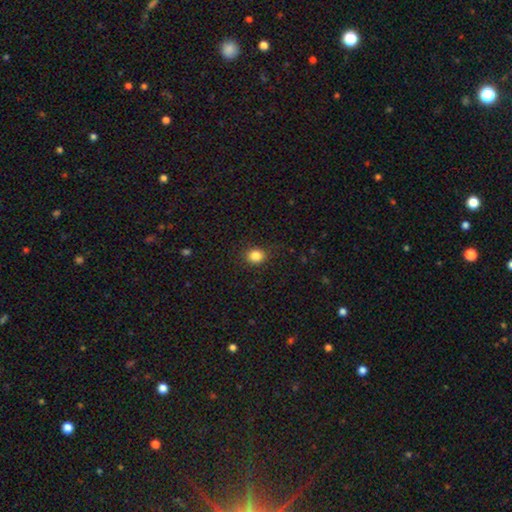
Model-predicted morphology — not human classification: A smooth galaxy with no disk features (84%) that is round (71%).

Vote fractions:
- Smooth or featured? smooth: 84% / star or artifact: 11% / featured or disk: 5%
- How rounded? round: 71% / in between: 28% / cigar-shaped: 1%
- Merging? none: 86% / minor disturbance: 10% / major disturbance: 3% / merger: 1%